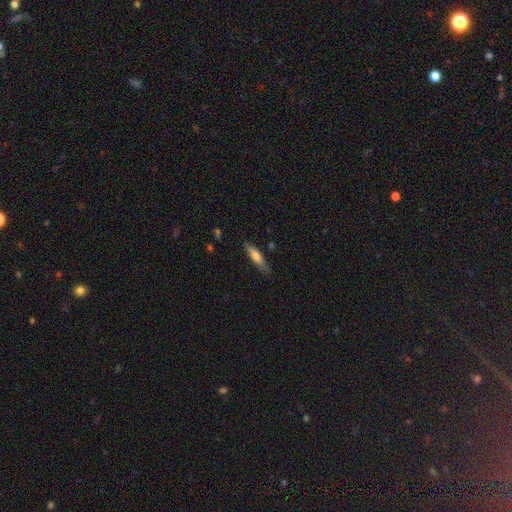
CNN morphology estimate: This appears to be a smooth galaxy with no disk features (62%) that is cigar-shaped (81%). Merging: none (80%).